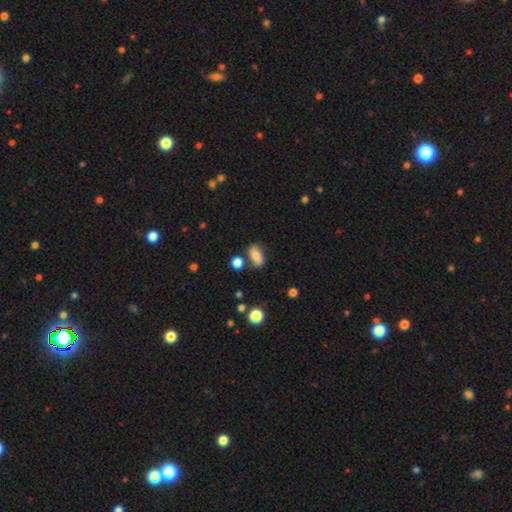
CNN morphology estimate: This appears to be a smooth galaxy with no disk features (75%) that is in between round and cigar-shaped (84%). Merging: none (65%).